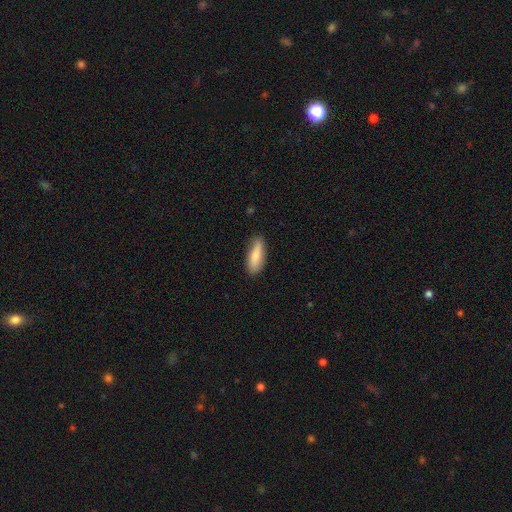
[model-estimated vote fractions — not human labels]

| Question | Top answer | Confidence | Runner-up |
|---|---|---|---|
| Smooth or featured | smooth | 77% | featured or disk (17%) |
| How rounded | in between | 57% | cigar-shaped (40%) |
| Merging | none | 83% | minor disturbance (14%) |